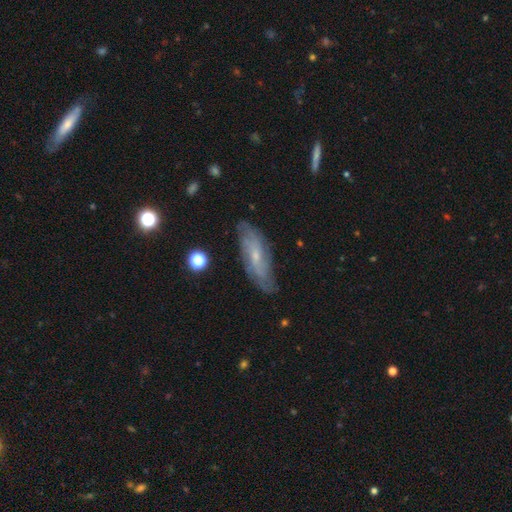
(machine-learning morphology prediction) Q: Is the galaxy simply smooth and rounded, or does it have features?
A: featured or disk — 65%.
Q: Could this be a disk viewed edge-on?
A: no — 79%.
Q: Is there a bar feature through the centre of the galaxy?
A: no — 61%.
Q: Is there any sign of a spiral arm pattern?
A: yes — 83%.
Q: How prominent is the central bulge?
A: small — 66%.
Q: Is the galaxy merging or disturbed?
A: none — 75%.